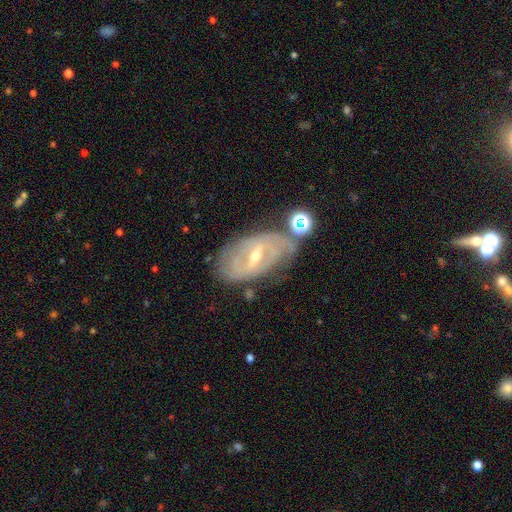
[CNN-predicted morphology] Smooth or featured? Predicted: featured or disk (p=0.83). Edge-on disk? Predicted: no (p=0.93). Bar? Predicted: strong (p=0.48). Spiral arms? Predicted: yes (p=0.86). Spiral winding? Predicted: tight (p=0.61). Spiral arm count? Predicted: 2 (p=0.42). Bulge size? Predicted: small (p=0.50). Merging? Predicted: none (p=0.61).